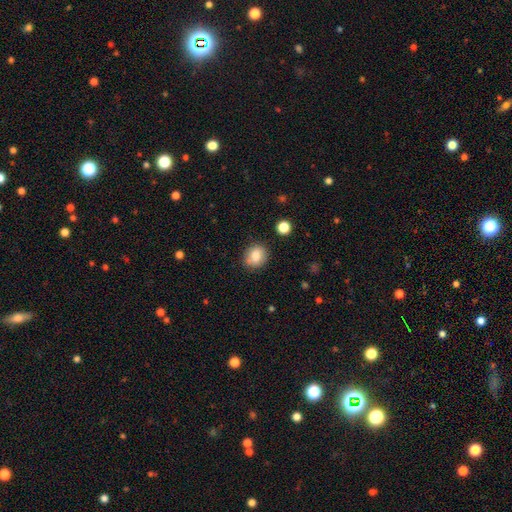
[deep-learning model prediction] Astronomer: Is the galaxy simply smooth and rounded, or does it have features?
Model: smooth — 80%.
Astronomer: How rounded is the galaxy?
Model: round — 71%.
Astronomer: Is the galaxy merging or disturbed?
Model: none — 81%.